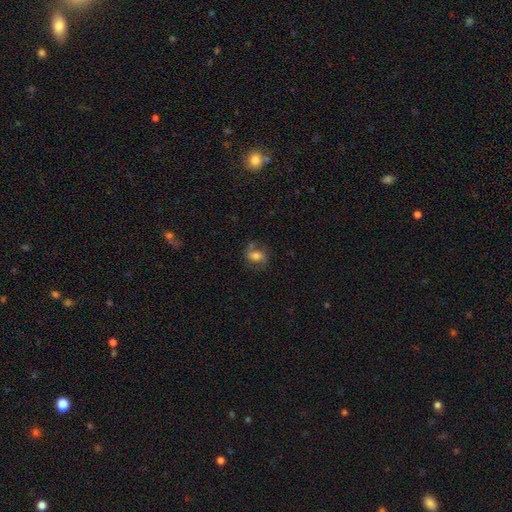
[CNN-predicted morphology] A smooth galaxy with no disk features (61%) that is in between round and cigar-shaped (68%). Merging: none (59%).